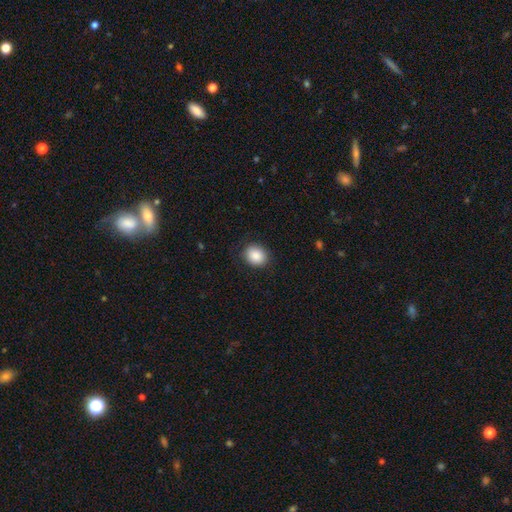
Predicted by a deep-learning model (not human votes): smooth 88%, star or artifact 8%, featured or disk 4%. Down the decision tree: how rounded — round (59%); merging — none (87%).